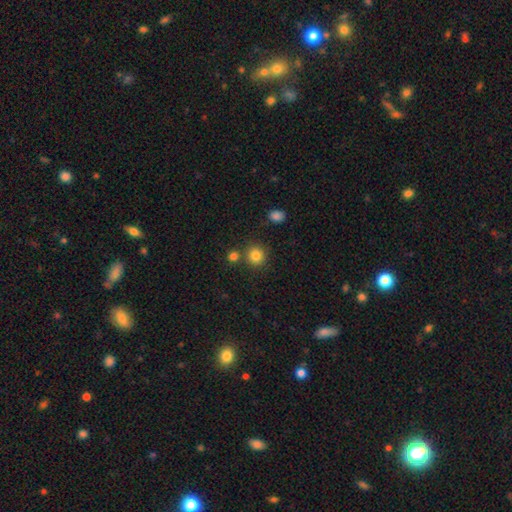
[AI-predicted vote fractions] Smooth or featured: smooth — 84% (star or artifact — 12%)
How rounded: round — 91% (in between — 8%)
Merging: none — 79% (merger — 11%)